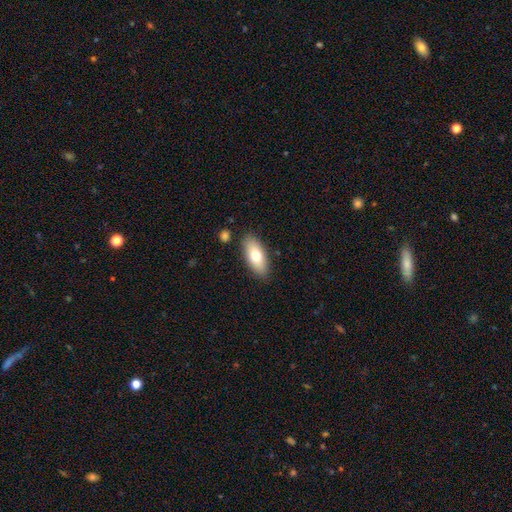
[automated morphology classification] A smooth galaxy with no disk features (72%) that is in between round and cigar-shaped (85%).

Vote fractions:
- Smooth or featured? smooth: 72% / featured or disk: 21% / star or artifact: 7%
- How rounded? in between: 85% / cigar-shaped: 12% / round: 3%
- Merging? none: 85% / minor disturbance: 10% / merger: 3% / major disturbance: 2%